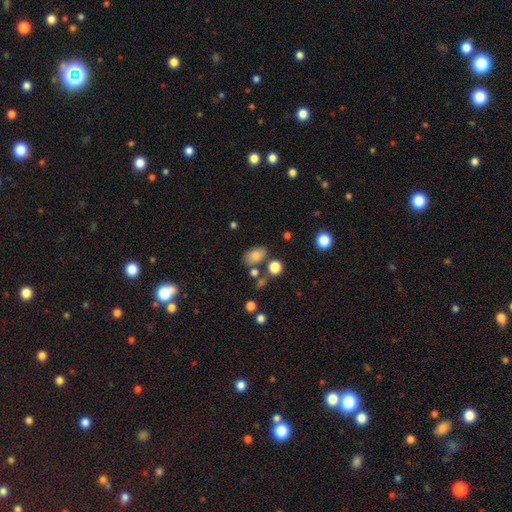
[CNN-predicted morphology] smooth_or_featured: smooth (p=0.79) [alt: star or artifact p=0.11]
how_rounded: in between (p=0.84) [alt: round p=0.15]
merging: none (p=0.66) [alt: minor disturbance p=0.17]